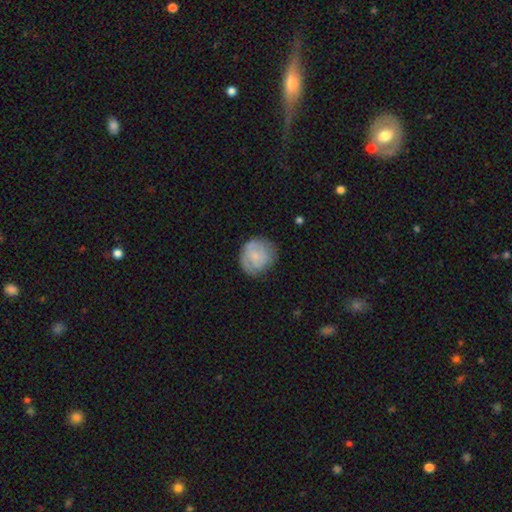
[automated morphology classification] Smooth or featured? Predicted: smooth (p=0.50). How rounded? Predicted: round (p=0.83). Merging? Predicted: none (p=0.69).